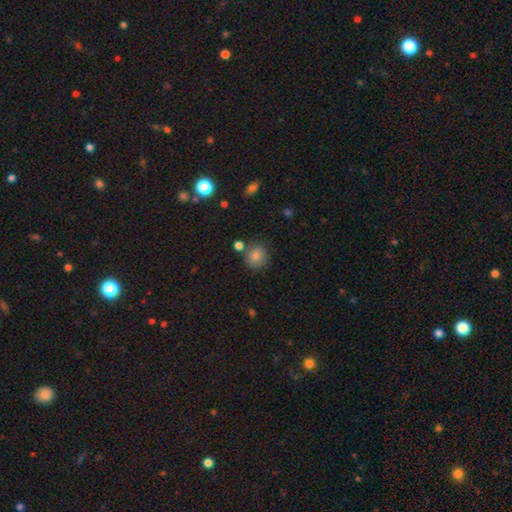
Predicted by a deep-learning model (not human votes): Smooth or featured? Predicted: smooth (p=0.82). How rounded? Predicted: round (p=0.87). Merging? Predicted: none (p=0.79).